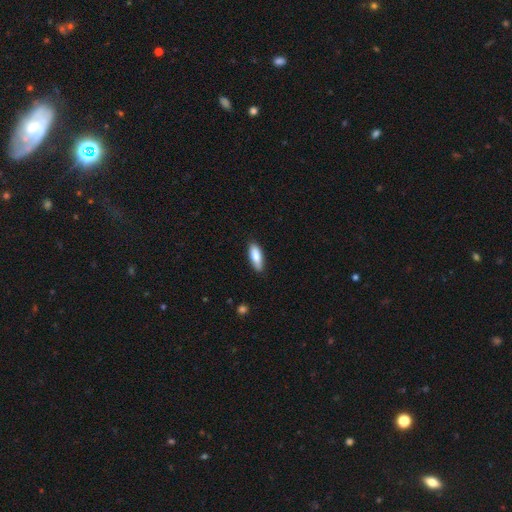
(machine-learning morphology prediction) smooth-or-featured: smooth: 83% | featured or disk: 11% | star or artifact: 6%
  how-rounded: in between: 65% | cigar-shaped: 33% | round: 2%
  merging: none: 83% | minor disturbance: 13% | major disturbance: 2% | merger: 1%